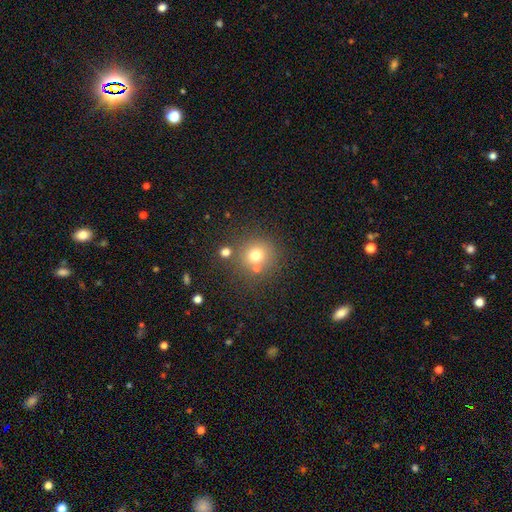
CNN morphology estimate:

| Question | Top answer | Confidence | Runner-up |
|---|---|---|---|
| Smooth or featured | smooth | 73% | star or artifact (16%) |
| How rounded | round | 91% | in between (8%) |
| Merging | none | 72% | merger (14%) |